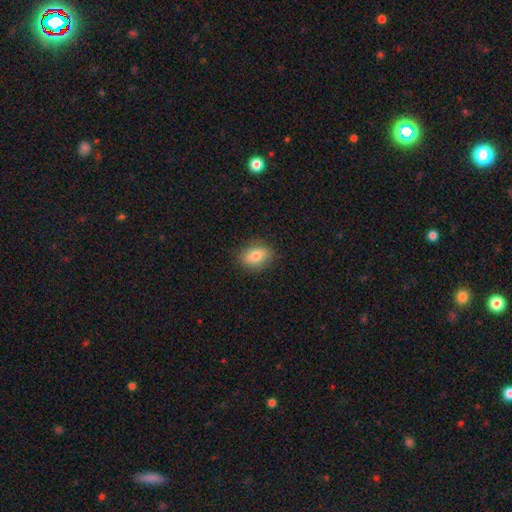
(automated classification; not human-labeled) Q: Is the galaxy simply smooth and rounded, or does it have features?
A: smooth — 79%.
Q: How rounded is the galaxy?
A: in between — 68%.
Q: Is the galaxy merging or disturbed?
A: none — 85%.